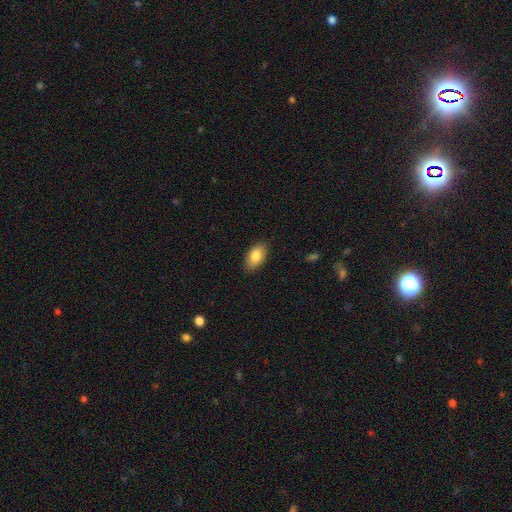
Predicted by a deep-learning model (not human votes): smooth_or_featured: smooth (p=0.85) [alt: featured or disk p=0.08]
how_rounded: in between (p=0.93) [alt: round p=0.05]
merging: none (p=0.87) [alt: minor disturbance p=0.10]